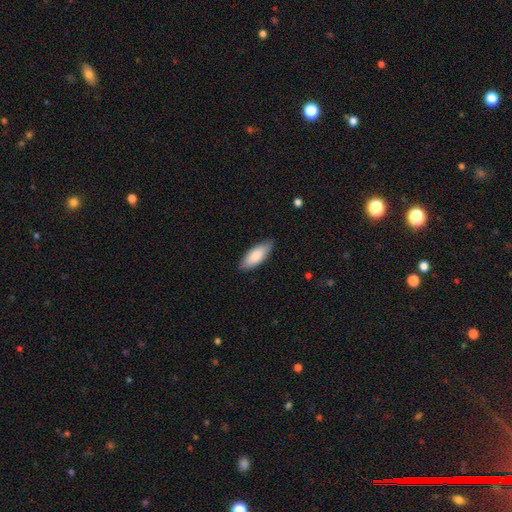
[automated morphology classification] type=smooth (83%); roundness=in between (79%); merging=none (83%).